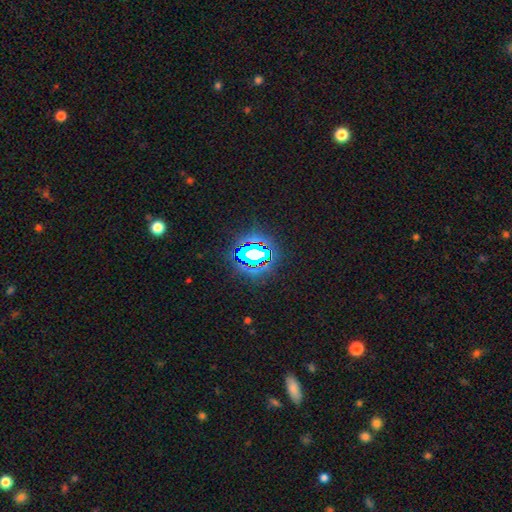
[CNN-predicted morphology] This appears to be a star or artifact, not a galaxy (72%).